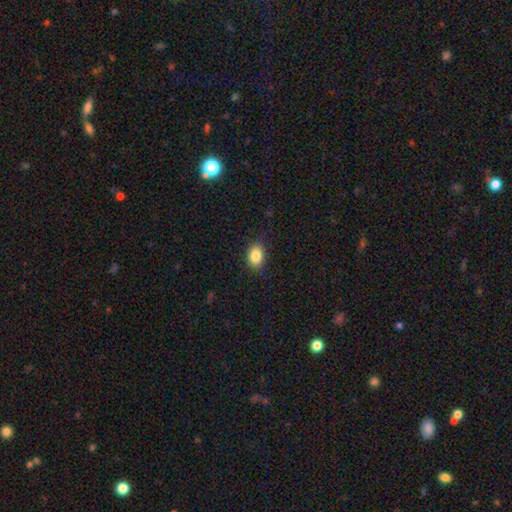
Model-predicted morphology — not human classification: Smooth or featured: smooth — 85% (star or artifact — 9%)
How rounded: in between — 75% (round — 24%)
Merging: none — 80% (minor disturbance — 16%)